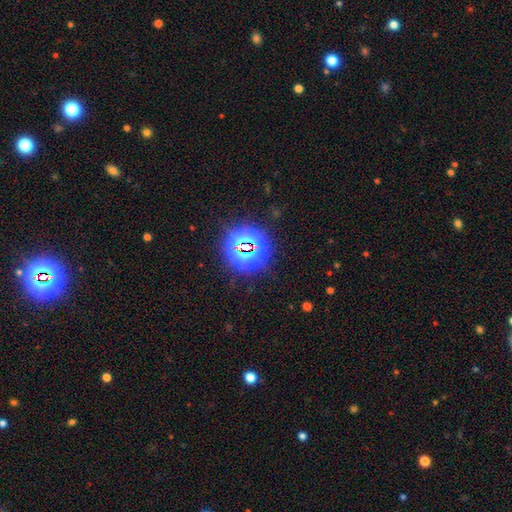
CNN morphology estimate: The model was most divided on "smooth or featured": star or artifact: 80%, smooth: 12%, featured or disk: 8%.